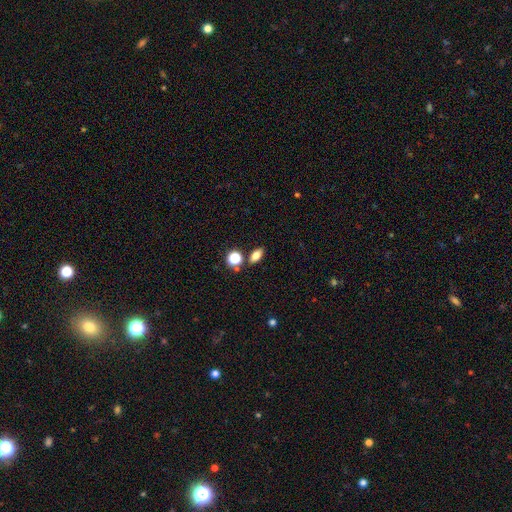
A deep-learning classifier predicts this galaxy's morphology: A smooth galaxy with no disk features (75%) that is in between round and cigar-shaped (79%). Merging: none (81%).